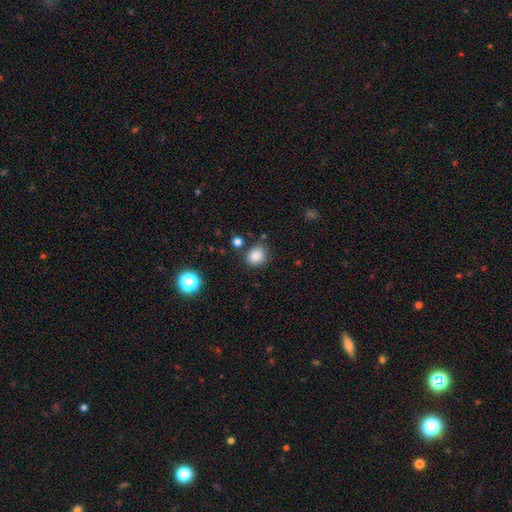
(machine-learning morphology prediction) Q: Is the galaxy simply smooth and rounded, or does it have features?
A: smooth — 84%.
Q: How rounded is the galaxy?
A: round — 72%.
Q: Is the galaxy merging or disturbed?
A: none — 77%.